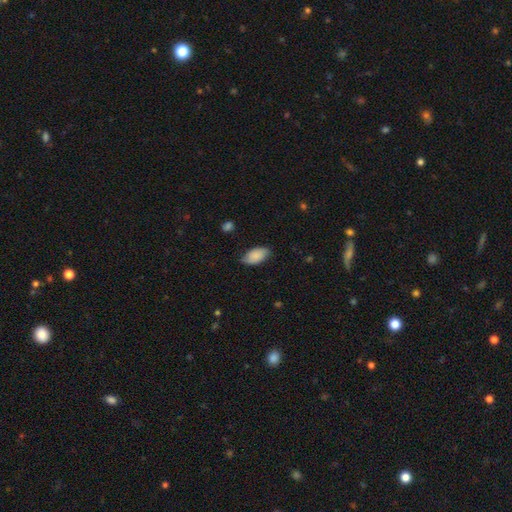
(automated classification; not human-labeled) The model was most divided on "merging": none: 74%, minor disturbance: 21%, major disturbance: 4%, merger: 1%. More confident: how rounded — in between (94%); smooth or featured — smooth (85%).